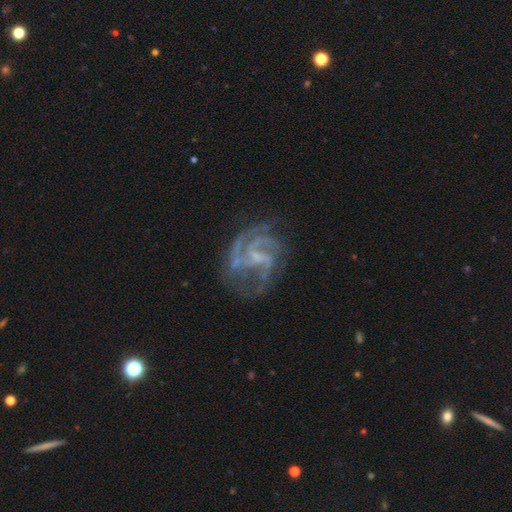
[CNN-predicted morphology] smooth-or-featured: featured or disk: 88% | star or artifact: 7% | smooth: 5%
  disk-edge-on: no: 98% | yes: 2%
    bar: weak: 51% | no: 33% | strong: 16%
    has-spiral-arms: yes: 95% | no: 5%
      spiral-winding: medium: 51% | tight: 32% | loose: 16%
      spiral-arm-count: 3: 35% | 2: 26% | can't tell: 17% | 4: 10% | 1: 6% | more than 4: 6%
    bulge-size: small: 49% | none: 33% | moderate: 16% | large: 1% | dominant: 1%
  merging: none: 59% | major disturbance: 20% | minor disturbance: 19% | merger: 3%